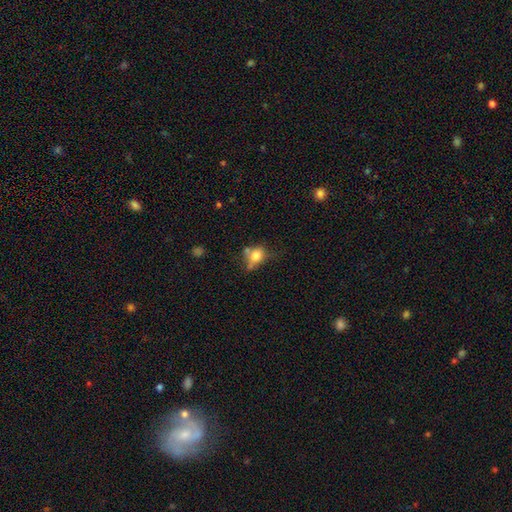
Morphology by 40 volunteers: This appears to be a smooth galaxy with no disk features (75%) that is in between round and cigar-shaped (53%). Merging: none (46%).